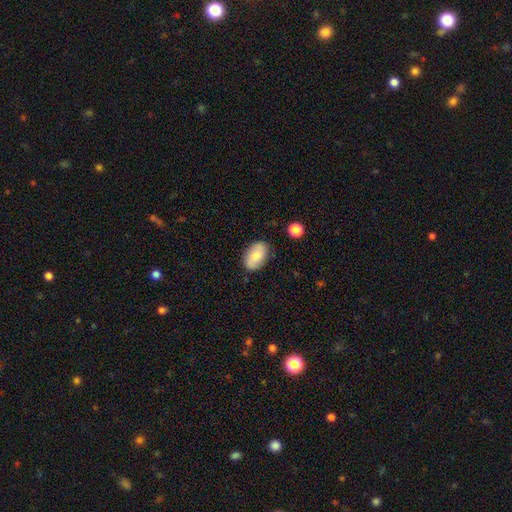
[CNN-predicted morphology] type=smooth (73%); roundness=in between (92%); merging=none (82%).